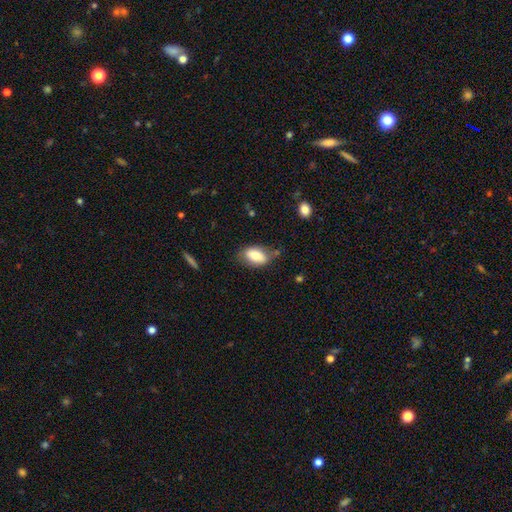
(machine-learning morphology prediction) Smooth or featured? Predicted: smooth (p=0.79). How rounded? Predicted: in between (p=0.90). Merging? Predicted: none (p=0.64).